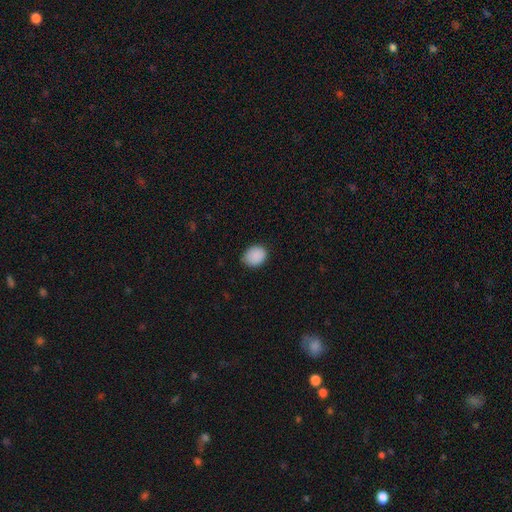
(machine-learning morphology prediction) Smooth or featured? smooth (89%)
How rounded? round (60%)
Merging? none (79%)